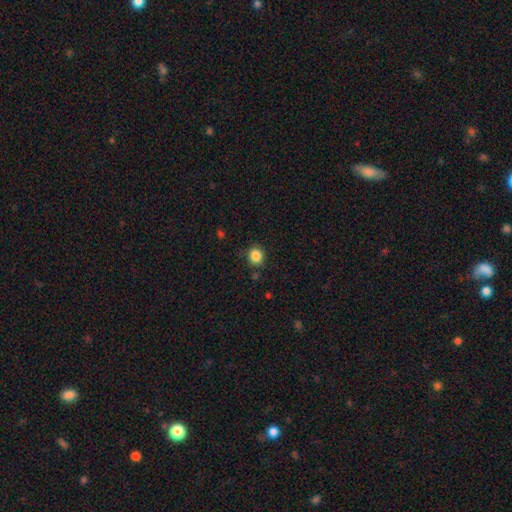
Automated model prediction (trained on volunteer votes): A smooth galaxy with no disk features (85%) that is round (76%). Merging: none (85%).